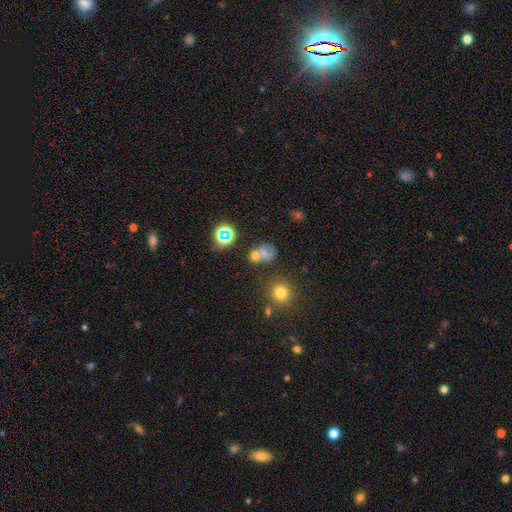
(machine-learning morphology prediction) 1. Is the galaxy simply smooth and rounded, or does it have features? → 54% smooth, 28% star or artifact, 18% featured or disk.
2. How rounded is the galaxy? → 60% round, 39% in between, 1% cigar-shaped.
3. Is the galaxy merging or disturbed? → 40% none, 38% merger, 13% minor disturbance, 9% major disturbance.